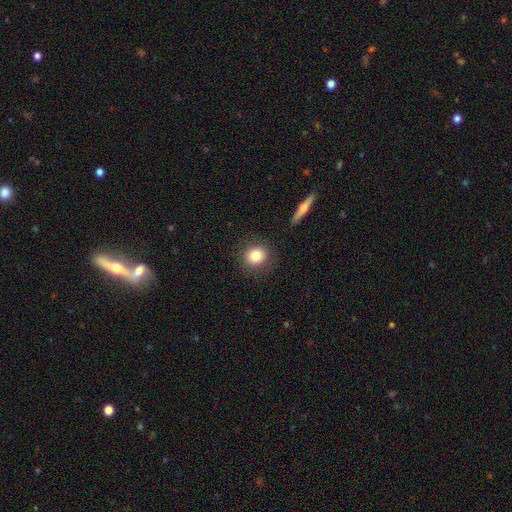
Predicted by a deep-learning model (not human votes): Overall: smooth (81%). How rounded: round (85%). Merging: none (88%).